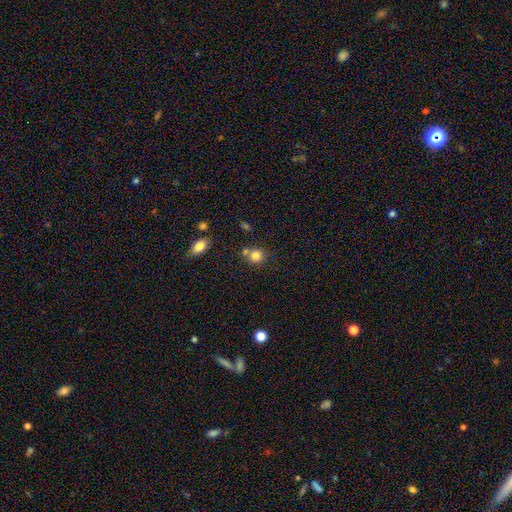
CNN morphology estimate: smooth_or_featured: smooth (p=0.82) [alt: star or artifact p=0.11]
how_rounded: round (p=0.85) [alt: in between p=0.14]
merging: none (p=0.60) [alt: merger p=0.25]